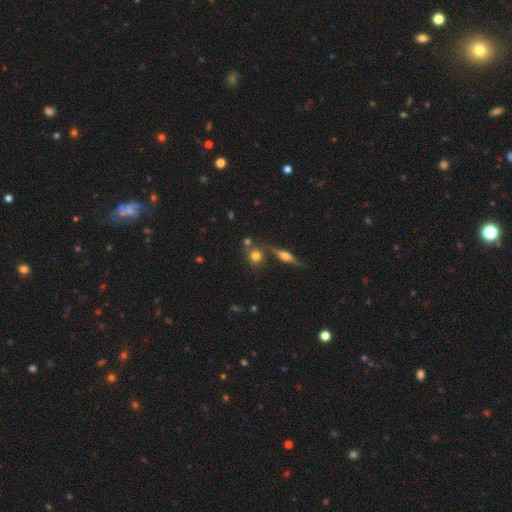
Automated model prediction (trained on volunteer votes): Overall: smooth (72%). How rounded: round (82%). Merging: none (64%).